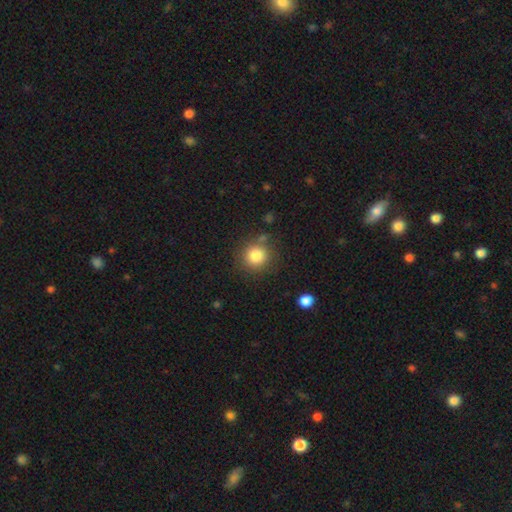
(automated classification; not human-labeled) Smooth or featured? Predicted: smooth (p=0.83). How rounded? Predicted: round (p=0.91). Merging? Predicted: none (p=0.79).